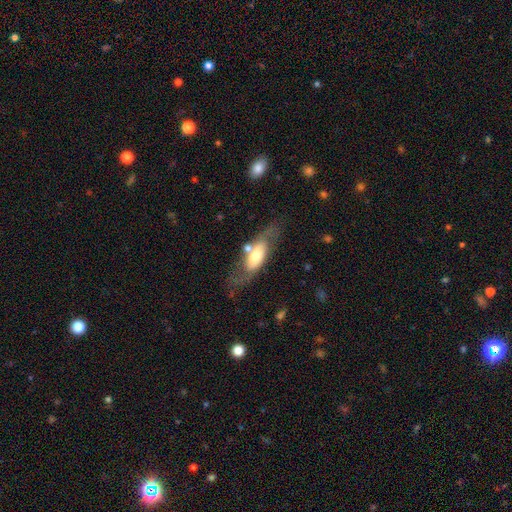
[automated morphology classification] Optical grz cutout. It shows a smooth galaxy with no disk features (47%, tied with featured or disk). Merging: none (54%).